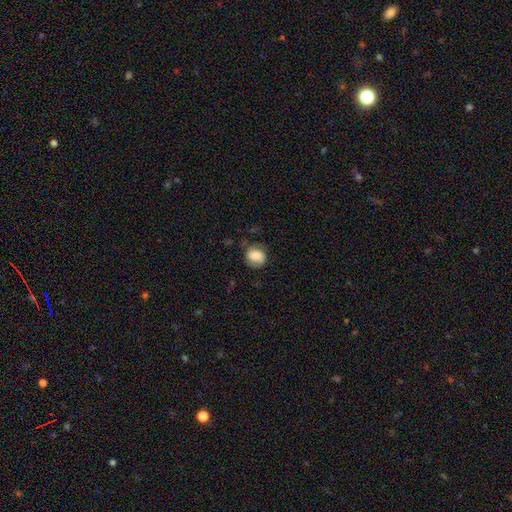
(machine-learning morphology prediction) This is likely a smooth galaxy (72%). How rounded: likely round (69%). Merging: likely none (62%).